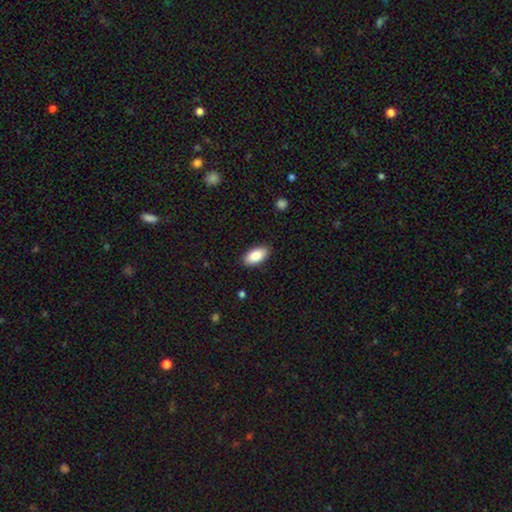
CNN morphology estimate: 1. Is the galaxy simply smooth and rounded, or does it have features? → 87% smooth, 6% featured or disk, 6% star or artifact.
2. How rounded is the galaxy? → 93% in between, 4% cigar-shaped, 3% round.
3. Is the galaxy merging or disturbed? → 88% none, 9% minor disturbance, 2% major disturbance, 1% merger.